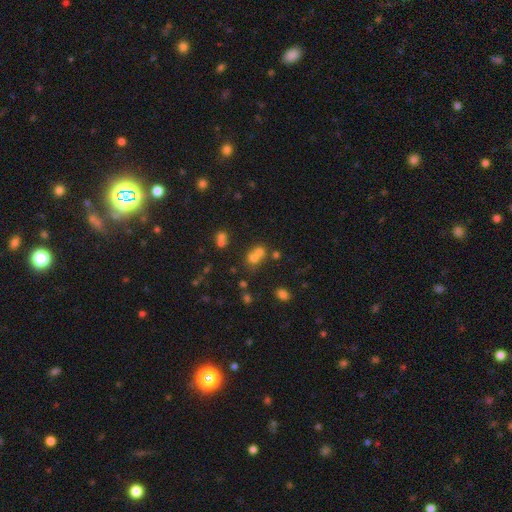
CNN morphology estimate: smooth_or_featured: smooth (p=0.63) [alt: star or artifact p=0.19]
how_rounded: round (p=0.76) [alt: in between p=0.23]
merging: merger (p=0.56) [alt: none p=0.34]